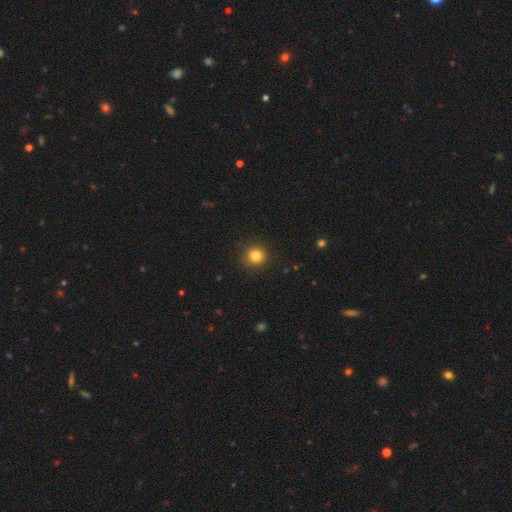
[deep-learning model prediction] Smooth or featured?
  - smooth: 83% *
  - star or artifact: 12%
  - featured or disk: 6%
How rounded?
  - round: 92% *
  - in between: 7%
  - cigar-shaped: 1%
Merging?
  - none: 89% *
  - minor disturbance: 8%
  - major disturbance: 3%
  - merger: 1%